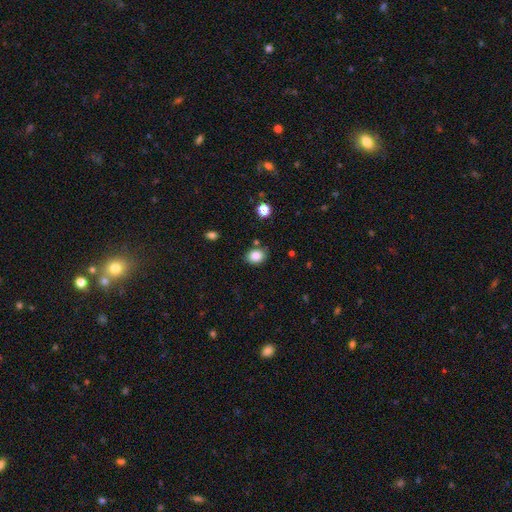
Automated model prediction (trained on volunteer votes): smooth_or_featured: smooth (p=0.86) [alt: star or artifact p=0.10]
how_rounded: in between (p=0.51) [alt: round p=0.48]
merging: none (p=0.78) [alt: minor disturbance p=0.15]